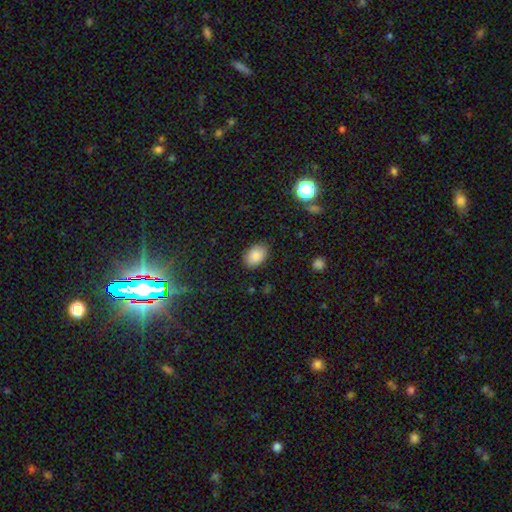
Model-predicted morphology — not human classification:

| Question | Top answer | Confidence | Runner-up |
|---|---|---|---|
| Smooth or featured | smooth | 87% | star or artifact (8%) |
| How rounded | in between | 84% | round (15%) |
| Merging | none | 86% | minor disturbance (11%) |